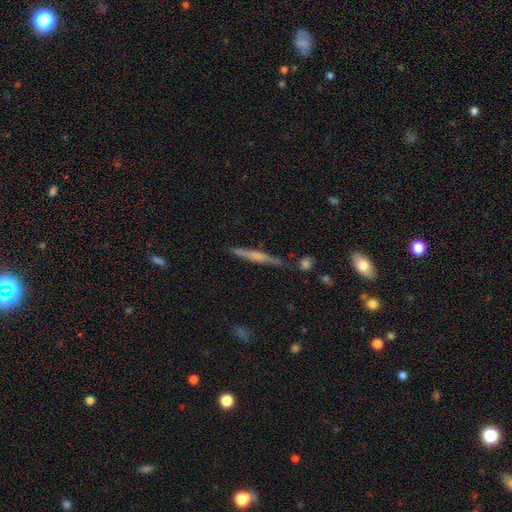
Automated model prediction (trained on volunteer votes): smooth-or-featured: featured or disk: 58% | smooth: 35% | star or artifact: 7%
  disk-edge-on: yes: 97% | no: 3%
    edge-on-bulge: rounded: 45% | none: 36% | boxy: 19%
  merging: none: 85% | minor disturbance: 10% | merger: 3% | major disturbance: 2%